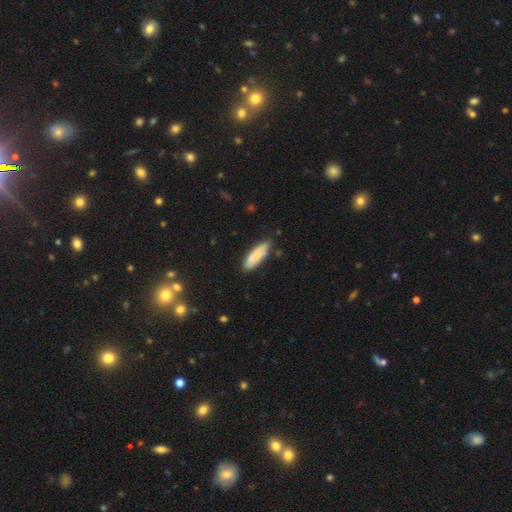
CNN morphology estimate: smooth_or_featured: smooth (p=0.80) [alt: featured or disk p=0.14]
how_rounded: in between (p=0.53) [alt: cigar-shaped p=0.45]
merging: none (p=0.75) [alt: minor disturbance p=0.20]